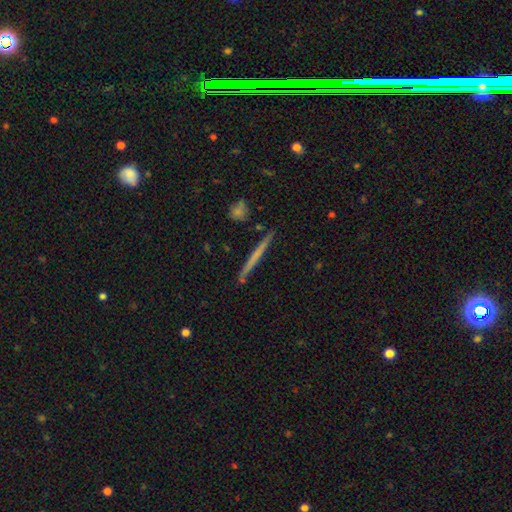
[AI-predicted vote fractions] A smooth galaxy with no disk features (48%).

Vote fractions:
- Smooth or featured? smooth: 48% / featured or disk: 46% / star or artifact: 6%
- Merging? none: 89% / minor disturbance: 7% / merger: 2% / major disturbance: 1%